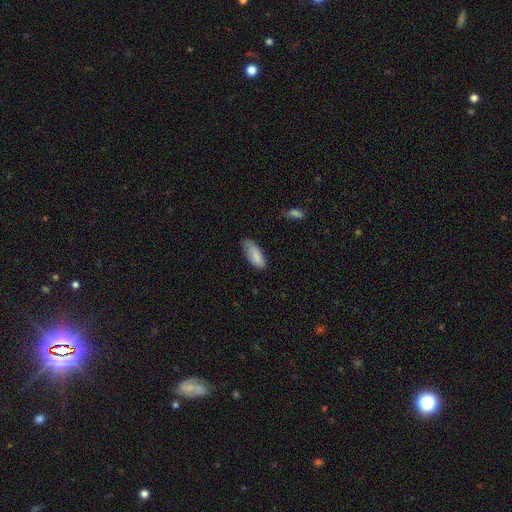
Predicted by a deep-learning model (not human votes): Smooth or featured? Predicted: smooth (p=0.83). How rounded? Predicted: in between (p=0.84). Merging? Predicted: none (p=0.55).